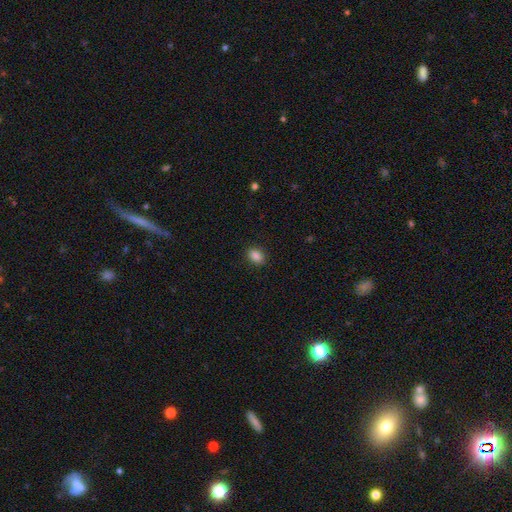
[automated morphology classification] A smooth galaxy with no disk features (87%) that is in between round and cigar-shaped (70%).

Vote fractions:
- Smooth or featured? smooth: 87% / star or artifact: 10% / featured or disk: 4%
- How rounded? in between: 70% / round: 29% / cigar-shaped: 1%
- Merging? none: 90% / minor disturbance: 7% / major disturbance: 2% / merger: 1%